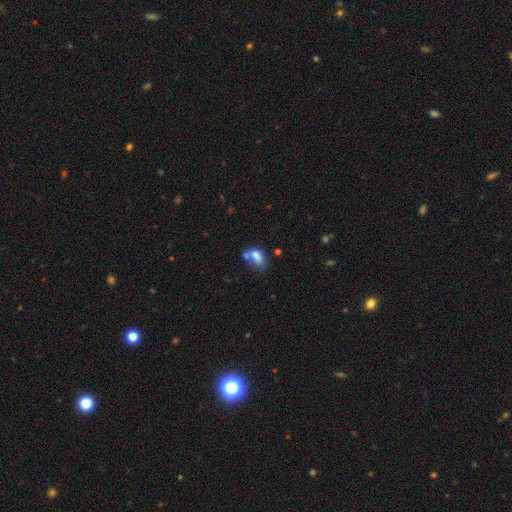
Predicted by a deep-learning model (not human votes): Smooth or featured?
  - smooth: 76% *
  - featured or disk: 14%
  - star or artifact: 10%
How rounded?
  - in between: 86% *
  - round: 9%
  - cigar-shaped: 5%
Merging?
  - none: 35% *
  - merger: 34%
  - minor disturbance: 19%
  - major disturbance: 11%